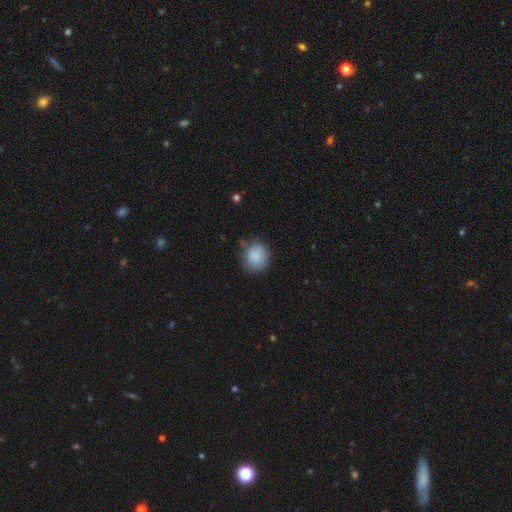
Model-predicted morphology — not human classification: A smooth galaxy with no disk features (88%) that is round (74%).

Vote fractions:
- Smooth or featured? smooth: 88% / star or artifact: 8% / featured or disk: 4%
- How rounded? round: 74% / in between: 25% / cigar-shaped: 1%
- Merging? none: 75% / minor disturbance: 19% / major disturbance: 5% / merger: 2%